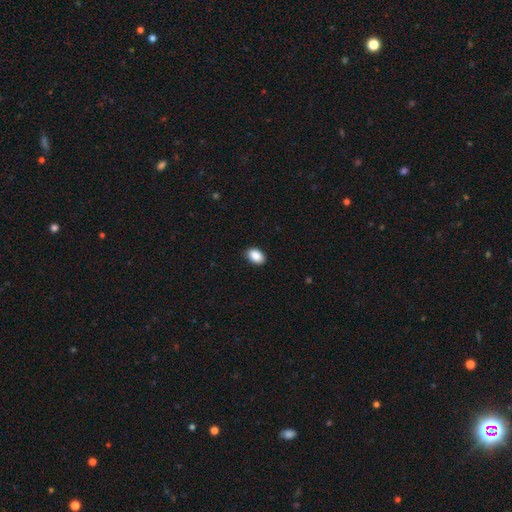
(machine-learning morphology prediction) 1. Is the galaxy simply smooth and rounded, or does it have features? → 89% smooth, 7% star or artifact, 4% featured or disk.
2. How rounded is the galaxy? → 86% in between, 13% round, 1% cigar-shaped.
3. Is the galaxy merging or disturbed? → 90% none, 8% minor disturbance, 2% major disturbance, 1% merger.